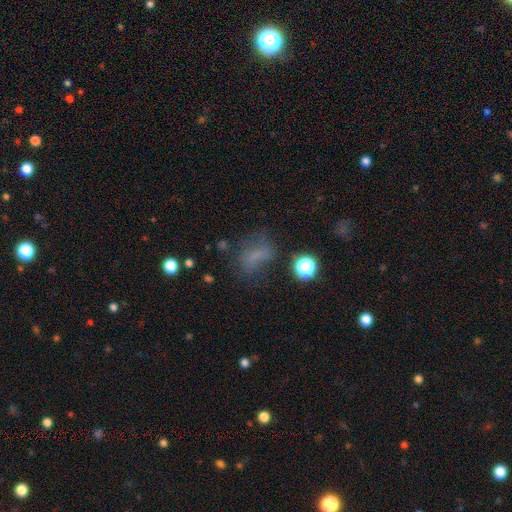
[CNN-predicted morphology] Smooth or featured? smooth (59%)
How rounded? in between (68%)
Merging? none (49%)